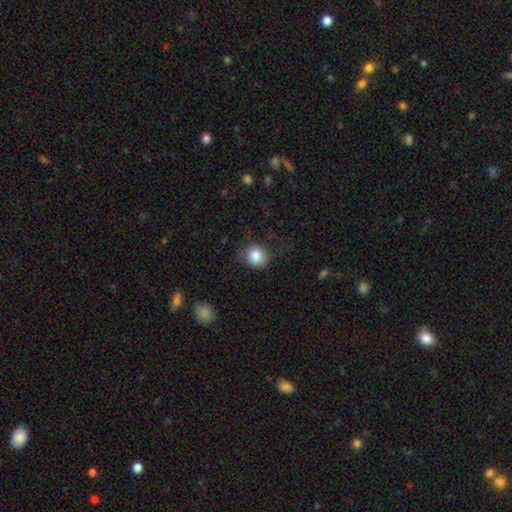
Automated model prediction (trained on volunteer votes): A smooth galaxy with no disk features (84%) that is round (83%). Merging: none (72%).